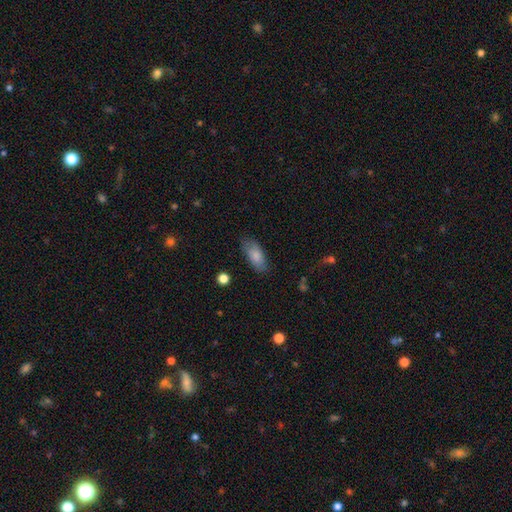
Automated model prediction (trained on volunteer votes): Smooth or featured?
  - smooth: 81% *
  - featured or disk: 12%
  - star or artifact: 7%
How rounded?
  - in between: 86% *
  - cigar-shaped: 12%
  - round: 3%
Merging?
  - none: 73% *
  - minor disturbance: 20%
  - major disturbance: 5%
  - merger: 2%